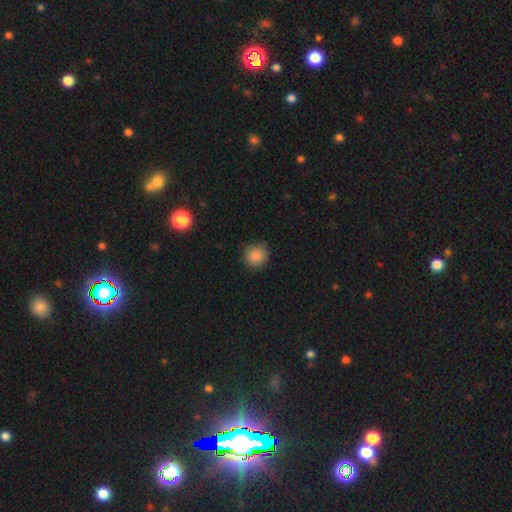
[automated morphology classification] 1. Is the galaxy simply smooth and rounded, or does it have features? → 86% smooth, 10% star or artifact, 4% featured or disk.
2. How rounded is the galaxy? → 91% round, 8% in between, 1% cigar-shaped.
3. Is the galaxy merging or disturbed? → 88% none, 9% minor disturbance, 2% major disturbance, 1% merger.